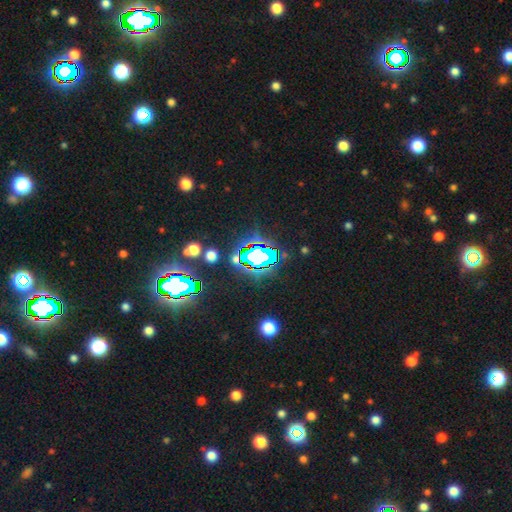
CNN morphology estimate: This appears to be a star or artifact, not a galaxy (82%).